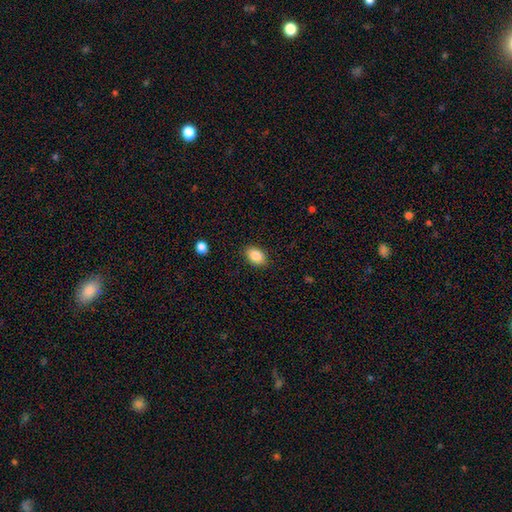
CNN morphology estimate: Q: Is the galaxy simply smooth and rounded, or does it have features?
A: smooth — 86%.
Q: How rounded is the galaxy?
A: in between — 85%.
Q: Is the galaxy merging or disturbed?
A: none — 87%.